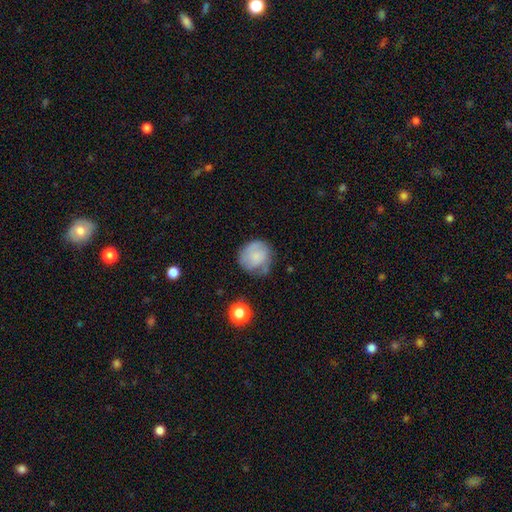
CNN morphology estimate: smooth-or-featured: smooth: 60% | featured or disk: 32% | star or artifact: 8%
  how-rounded: round: 83% | in between: 16% | cigar-shaped: 1%
  merging: none: 55% | minor disturbance: 29% | major disturbance: 13% | merger: 4%